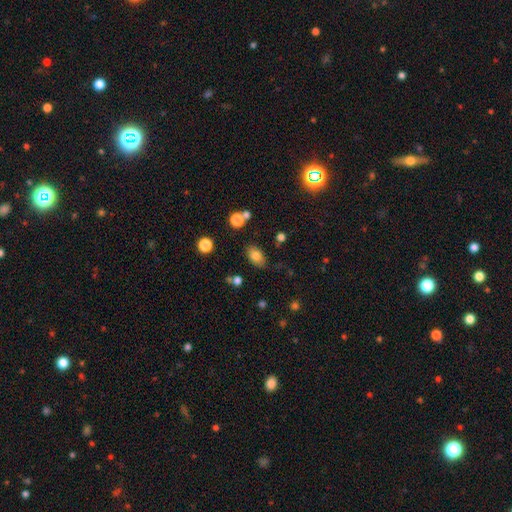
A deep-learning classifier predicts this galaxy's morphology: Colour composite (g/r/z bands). It shows a smooth galaxy with no disk features (80%) that is in between round and cigar-shaped (85%). Merging: none (79%).